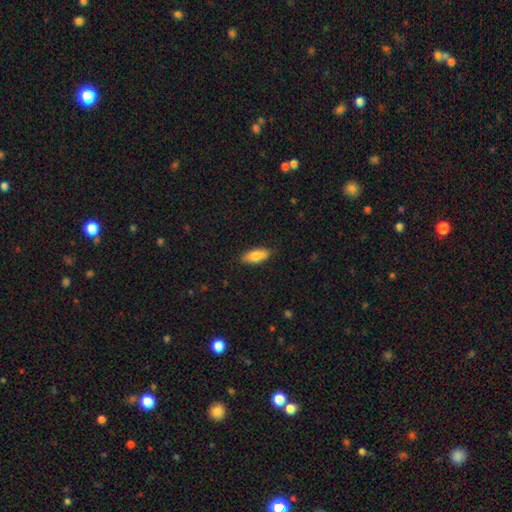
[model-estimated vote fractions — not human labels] Smooth or featured? smooth (78%)
How rounded? in between (81%)
Merging? none (81%)